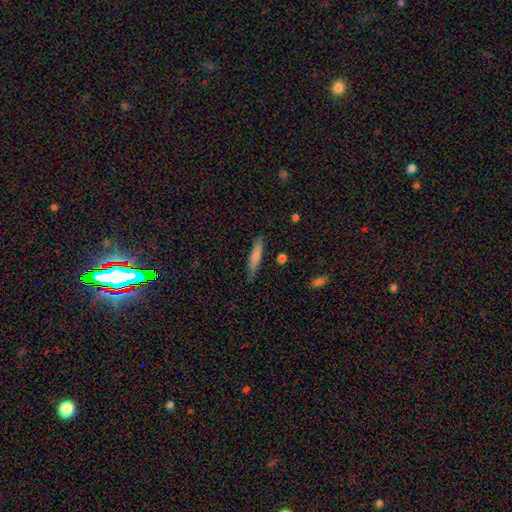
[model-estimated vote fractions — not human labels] smooth 74%, featured or disk 20%, star or artifact 6%. Down the decision tree: how rounded — cigar-shaped (87%); merging — none (82%).